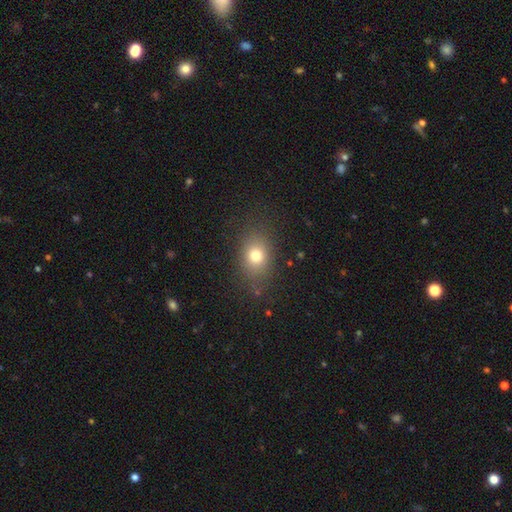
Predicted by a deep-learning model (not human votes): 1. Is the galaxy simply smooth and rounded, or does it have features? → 76% smooth, 13% star or artifact, 11% featured or disk.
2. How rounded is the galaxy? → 59% in between, 39% round, 1% cigar-shaped.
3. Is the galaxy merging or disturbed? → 82% none, 12% minor disturbance, 5% major disturbance, 1% merger.